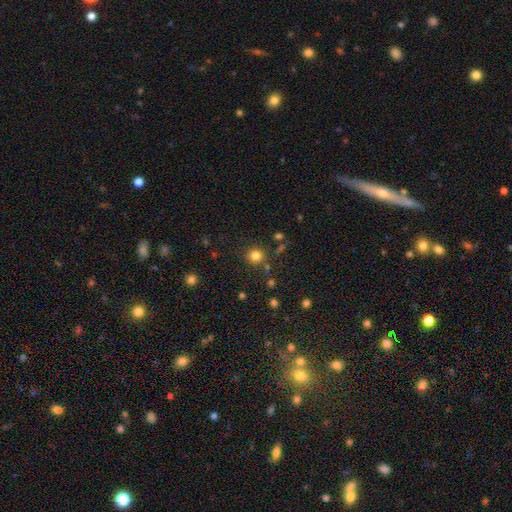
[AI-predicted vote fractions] Smooth or featured? Predicted: smooth (p=0.79). How rounded? Predicted: round (p=0.92). Merging? Predicted: none (p=0.82).